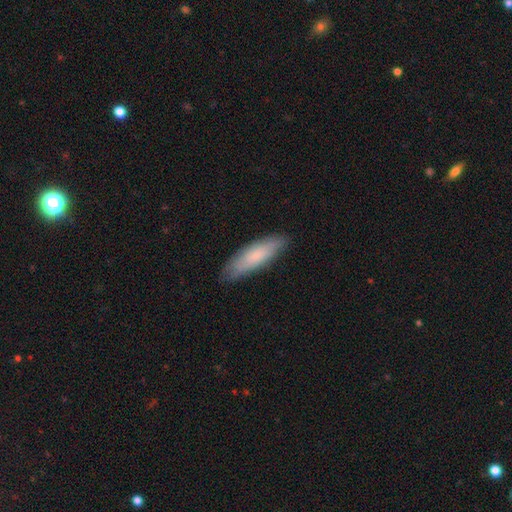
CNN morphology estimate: The model was most divided on "how rounded": cigar-shaped: 58%, in between: 41%, round: 2%. More confident: merging — none (82%); smooth or featured — smooth (71%).